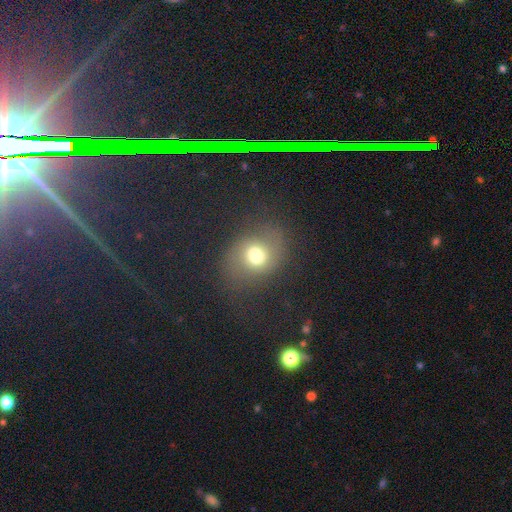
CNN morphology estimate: smooth 57%, featured or disk 28%, star or artifact 16%. Down the decision tree: how rounded — round (51%); merging — none (62%).